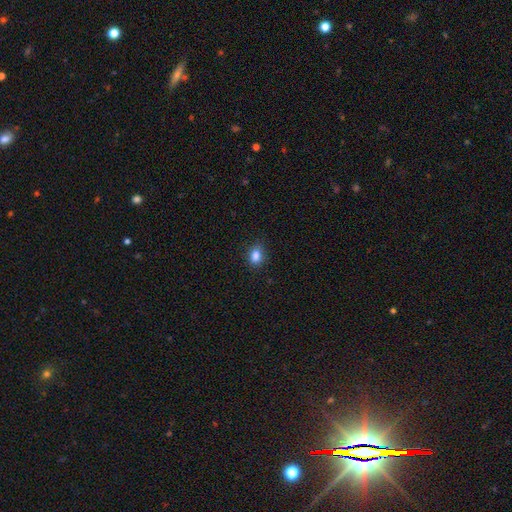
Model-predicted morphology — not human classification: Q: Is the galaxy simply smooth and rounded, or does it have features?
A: smooth — 85%.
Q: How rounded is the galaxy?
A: in between — 68%.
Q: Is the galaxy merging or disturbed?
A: none — 81%.